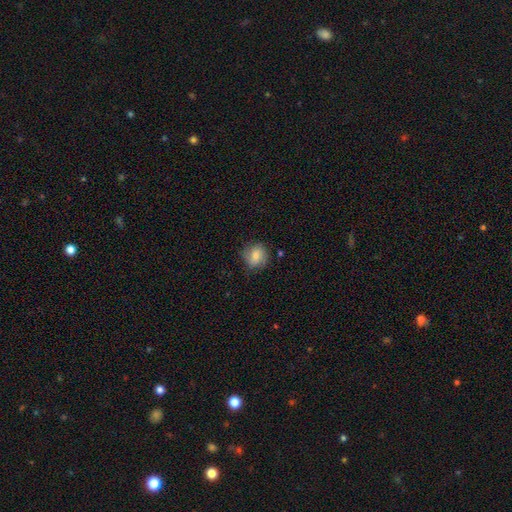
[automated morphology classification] type=smooth (75%); roundness=round (80%); merging=none (74%).